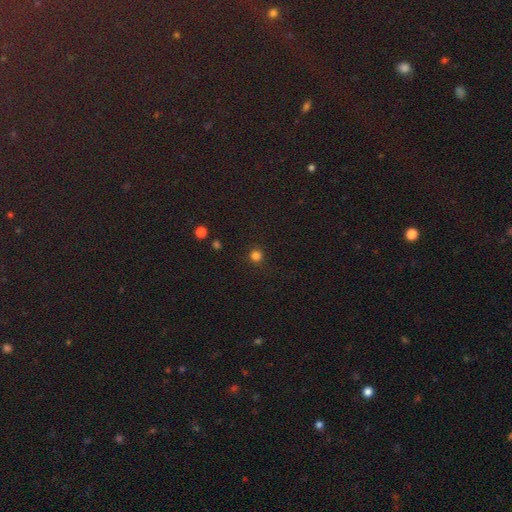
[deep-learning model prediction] Morphology: type=smooth (80%); roundness=round (93%); merging=none (89%).